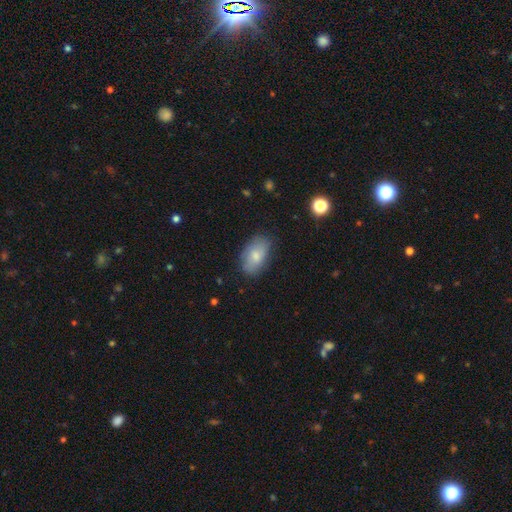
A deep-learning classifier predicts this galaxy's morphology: type=smooth (76%); roundness=in between (93%); merging=none (77%).